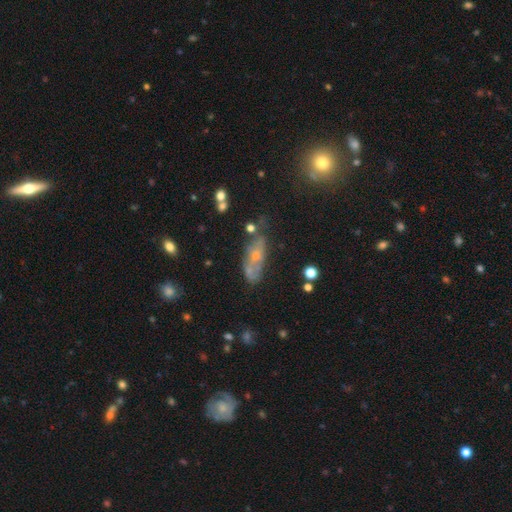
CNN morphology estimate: Smooth or featured? Predicted: featured or disk (p=0.46). Merging? Predicted: none (p=0.48).